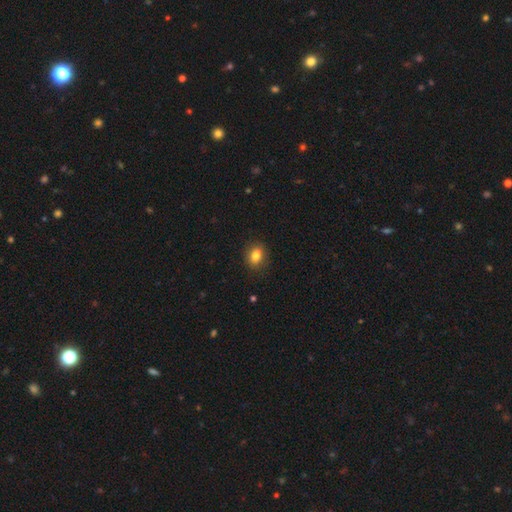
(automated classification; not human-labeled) Morphology: type=smooth (83%); roundness=in between (61%); merging=none (87%).